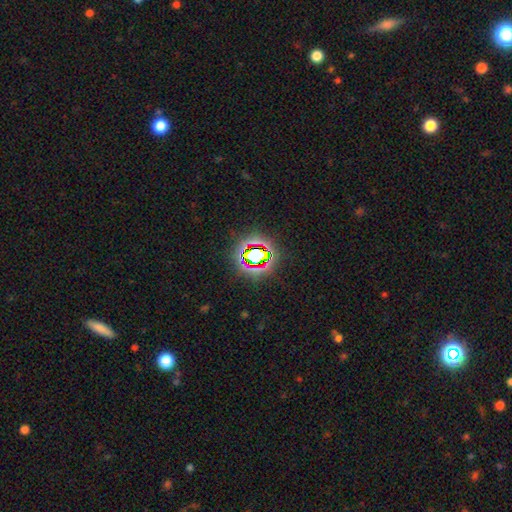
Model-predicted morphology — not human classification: Overall: star or artifact (70%).